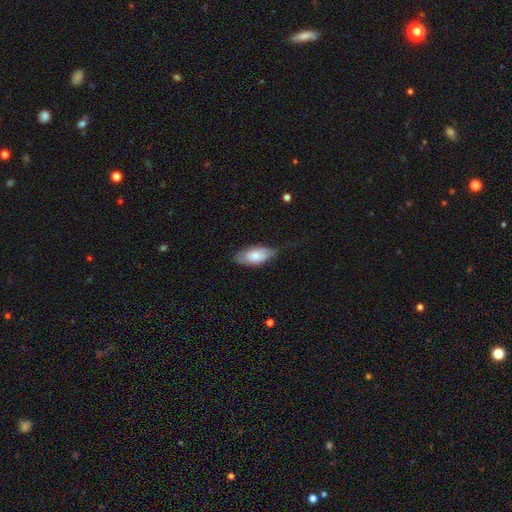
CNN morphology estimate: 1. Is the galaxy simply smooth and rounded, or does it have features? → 70% smooth, 24% featured or disk, 6% star or artifact.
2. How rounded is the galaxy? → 90% in between, 7% cigar-shaped, 3% round.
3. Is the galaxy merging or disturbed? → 49% none, 36% minor disturbance, 13% major disturbance, 2% merger.